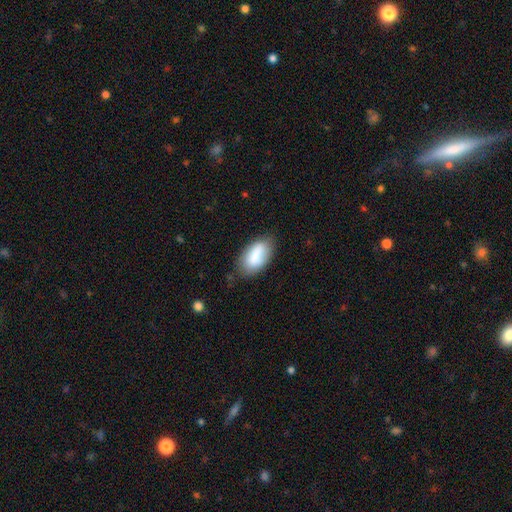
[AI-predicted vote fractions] This is likely a smooth galaxy (78%). How rounded: clearly in between (93%). Merging: likely none (73%).